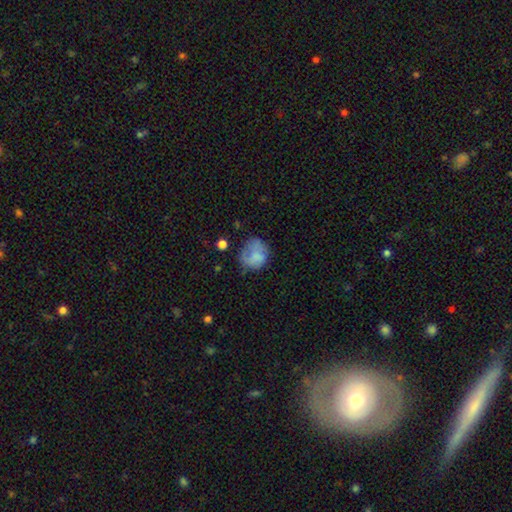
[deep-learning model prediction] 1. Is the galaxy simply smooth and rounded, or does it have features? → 66% smooth, 24% featured or disk, 9% star or artifact.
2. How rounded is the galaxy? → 69% round, 30% in between, 1% cigar-shaped.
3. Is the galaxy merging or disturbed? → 46% none, 29% minor disturbance, 21% major disturbance, 4% merger.